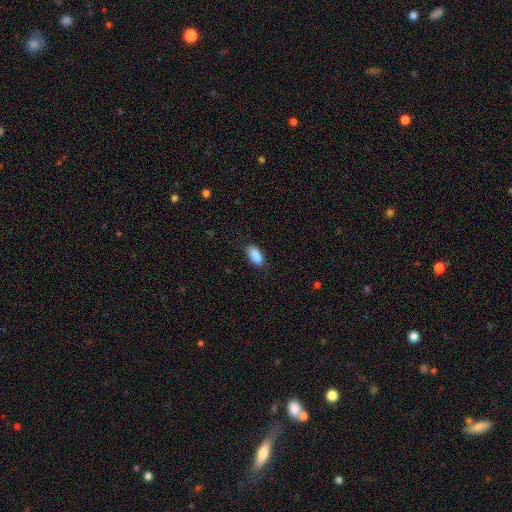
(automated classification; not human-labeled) smooth_or_featured: smooth (p=0.89) [alt: star or artifact p=0.07]
how_rounded: in between (p=0.88) [alt: cigar-shaped p=0.09]
merging: none (p=0.79) [alt: minor disturbance p=0.16]